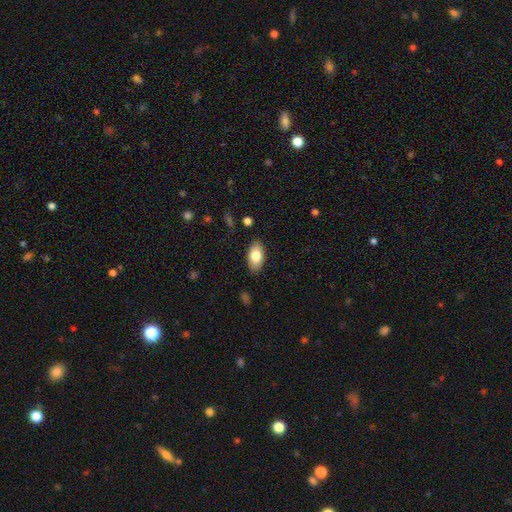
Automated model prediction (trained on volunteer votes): smooth 80%, featured or disk 14%, star or artifact 7%. Down the decision tree: how rounded — in between (93%); merging — none (87%).